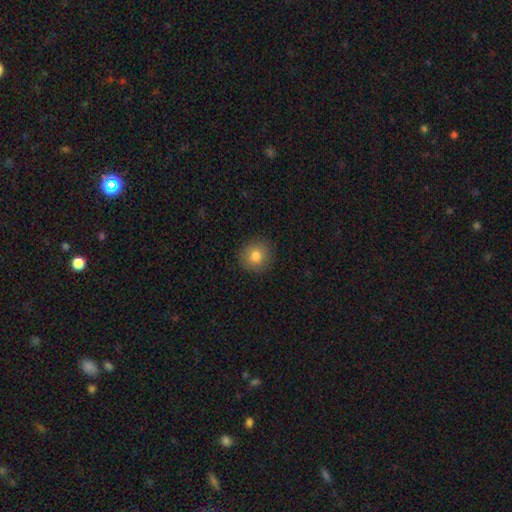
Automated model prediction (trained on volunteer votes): This appears to be a smooth galaxy with no disk features (80%) that is round (91%). Merging: none (90%).